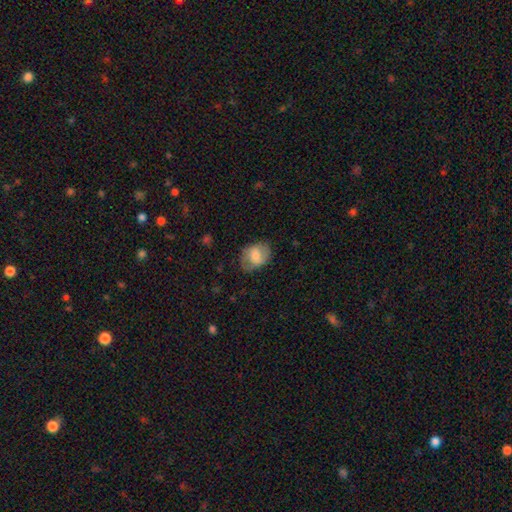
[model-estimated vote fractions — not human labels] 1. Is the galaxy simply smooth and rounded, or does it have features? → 65% smooth, 27% featured or disk, 7% star or artifact.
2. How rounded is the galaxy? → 67% in between, 32% round, 1% cigar-shaped.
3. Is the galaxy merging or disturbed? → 70% none, 21% minor disturbance, 8% major disturbance, 1% merger.